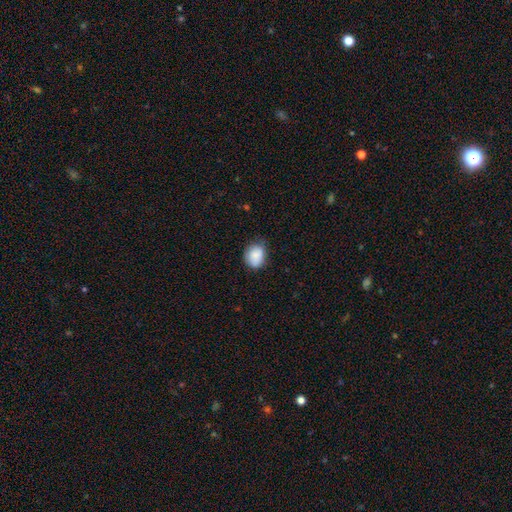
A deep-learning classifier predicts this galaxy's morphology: A smooth galaxy with no disk features (86%) that is round (51%). Merging: none (62%).